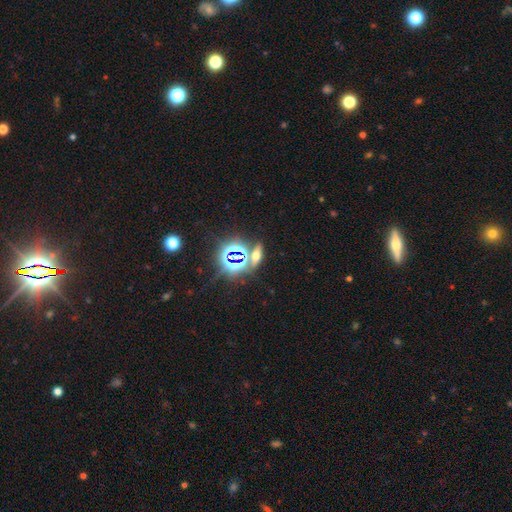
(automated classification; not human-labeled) Q: Smooth or featured?
A: star or artifact (46%); runner-up: smooth (34%)